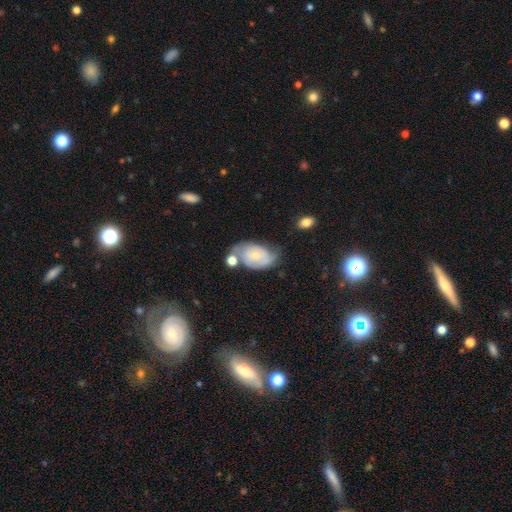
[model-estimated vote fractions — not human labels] Smooth or featured? Predicted: featured or disk (p=0.49). Merging? Predicted: none (p=0.39).